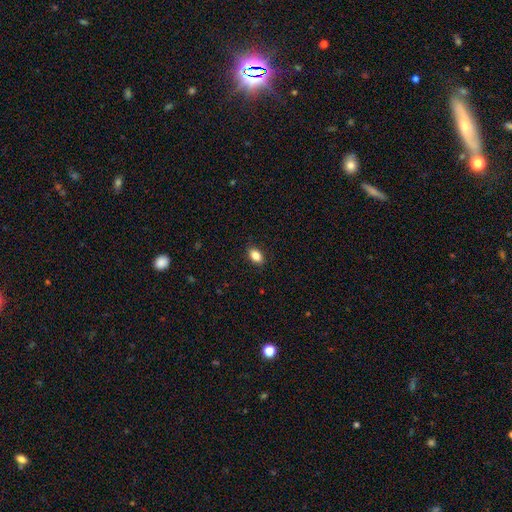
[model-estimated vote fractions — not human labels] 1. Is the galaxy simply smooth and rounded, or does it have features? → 86% smooth, 9% star or artifact, 6% featured or disk.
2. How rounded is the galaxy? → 86% in between, 12% round, 2% cigar-shaped.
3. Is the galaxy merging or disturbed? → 88% none, 9% minor disturbance, 2% major disturbance, 1% merger.